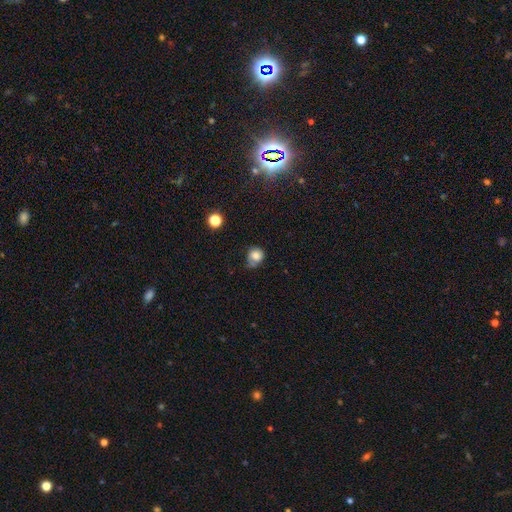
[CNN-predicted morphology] The model was most divided on "merging": none: 44%, minor disturbance: 35%, major disturbance: 13%, merger: 8%. More confident: smooth or featured — smooth (76%); how rounded — round (74%).